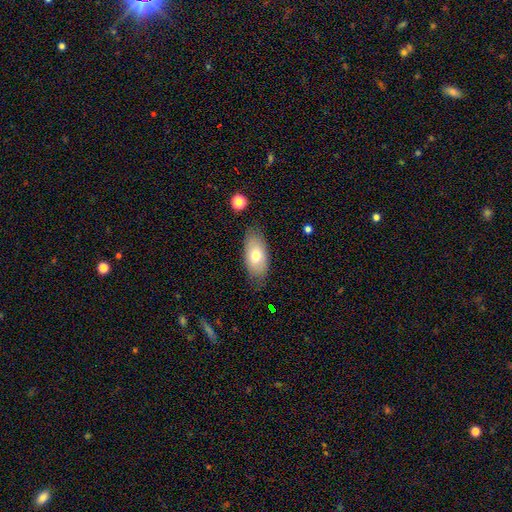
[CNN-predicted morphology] Smooth or featured? Predicted: smooth (p=0.71). How rounded? Predicted: in between (p=0.90). Merging? Predicted: none (p=0.77).